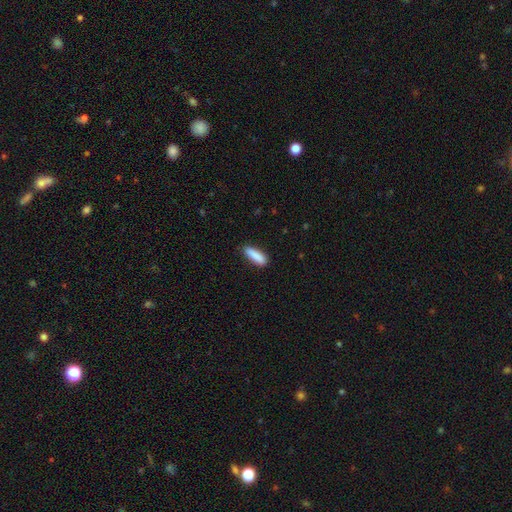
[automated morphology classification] Overall: smooth (88%). How rounded: cigar-shaped (56%; in between 42%). Merging: none (85%).